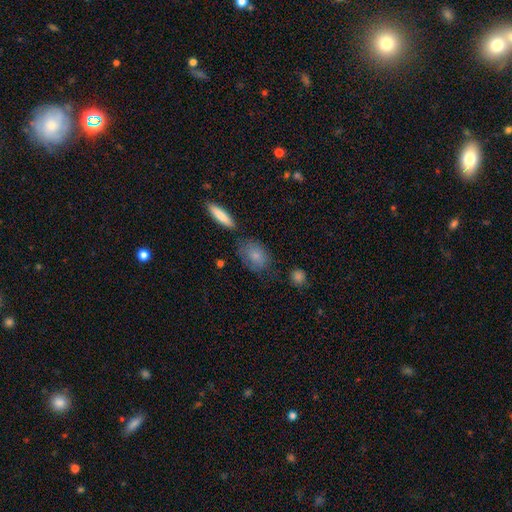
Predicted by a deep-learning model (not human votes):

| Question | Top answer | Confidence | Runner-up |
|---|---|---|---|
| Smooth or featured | smooth | 79% | featured or disk (14%) |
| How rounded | in between | 78% | round (18%) |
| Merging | none | 66% | minor disturbance (22%) |